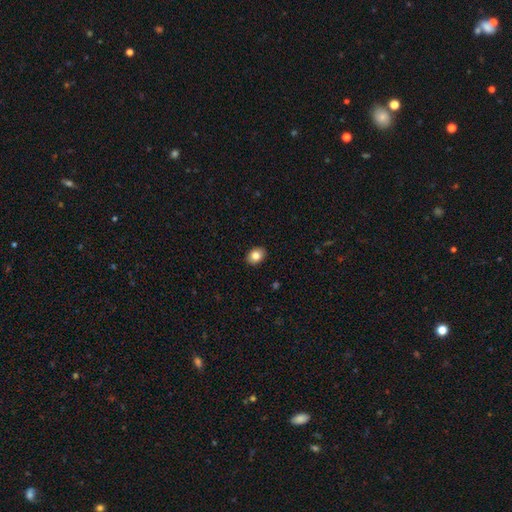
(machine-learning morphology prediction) A smooth galaxy with no disk features (83%) that is in between round and cigar-shaped (67%).

Vote fractions:
- Smooth or featured? smooth: 83% / star or artifact: 9% / featured or disk: 8%
- How rounded? in between: 67% / round: 32% / cigar-shaped: 1%
- Merging? none: 90% / minor disturbance: 7% / major disturbance: 2% / merger: 1%